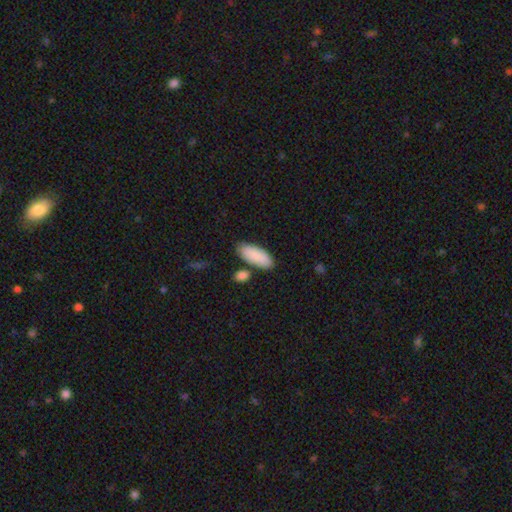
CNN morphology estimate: Smooth or featured? Predicted: smooth (p=0.88). How rounded? Predicted: in between (p=0.82). Merging? Predicted: none (p=0.75).